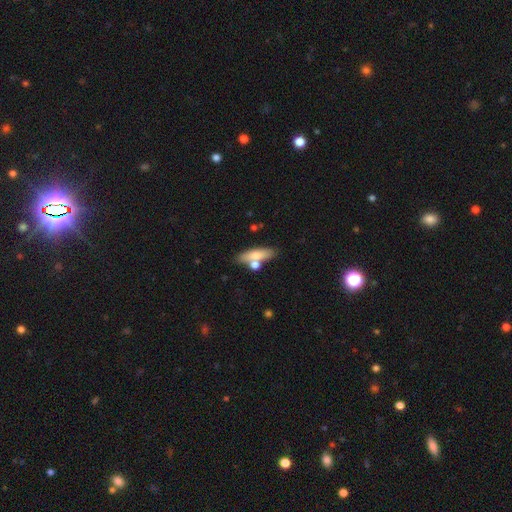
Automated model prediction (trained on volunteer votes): This is likely a smooth galaxy (67%). How rounded: possibly cigar-shaped (51%). Merging: likely none (63%).